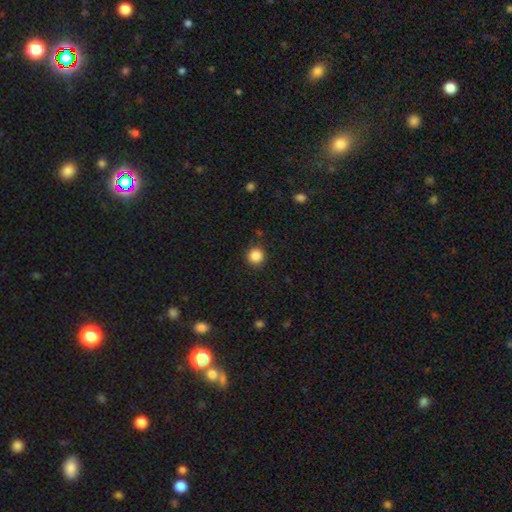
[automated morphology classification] Smooth or featured?
  - smooth: 86% *
  - star or artifact: 11%
  - featured or disk: 3%
How rounded?
  - round: 95% *
  - in between: 4%
  - cigar-shaped: 1%
Merging?
  - none: 90% *
  - minor disturbance: 6%
  - major disturbance: 2%
  - merger: 1%